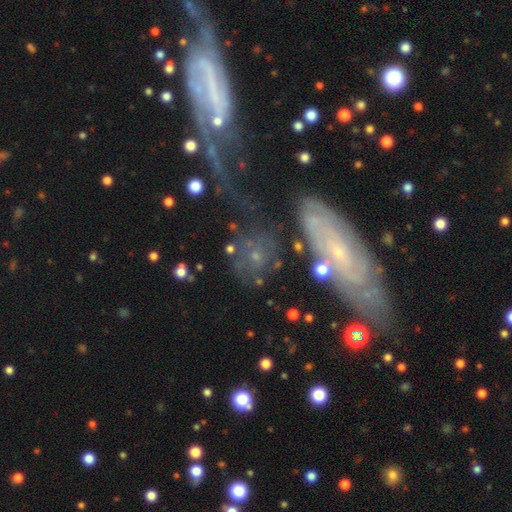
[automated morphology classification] A featured or disk galaxy (55%).

Vote fractions:
- Smooth or featured? featured or disk: 55% / smooth: 29% / star or artifact: 16%
- Edge-on disk? no: 88% / yes: 12%
- Merging? none: 59% / minor disturbance: 18% / major disturbance: 13% / merger: 9%